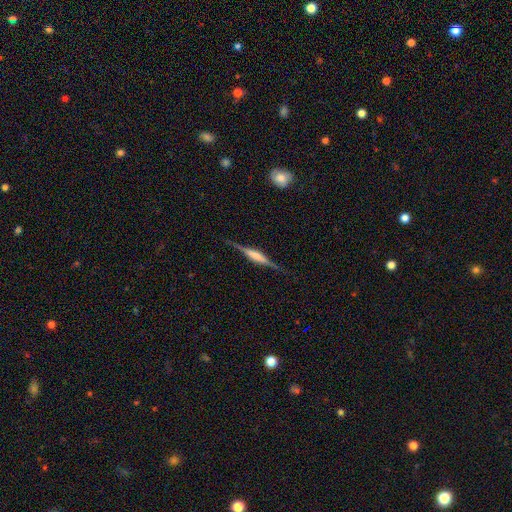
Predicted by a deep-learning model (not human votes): Smooth or featured?
  - featured or disk: 76% *
  - smooth: 17%
  - star or artifact: 6%
Edge-on disk?
  - yes: 97% *
  - no: 3%
Edge-on bulge?
  - rounded: 46% *
  - boxy: 43%
  - none: 11%
Merging?
  - none: 86% *
  - minor disturbance: 10%
  - major disturbance: 3%
  - merger: 1%